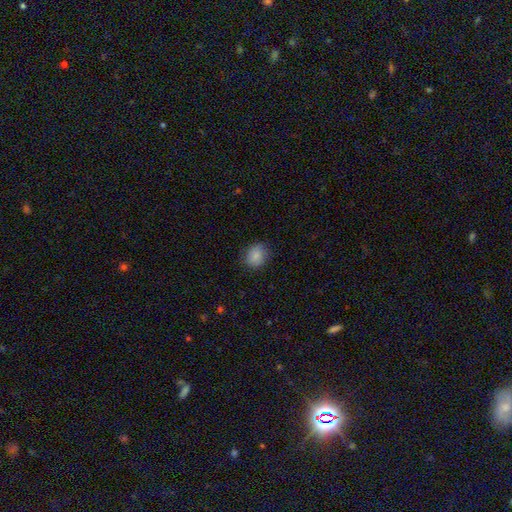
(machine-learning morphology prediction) A smooth galaxy with no disk features (85%) that is round (63%).

Vote fractions:
- Smooth or featured? smooth: 85% / star or artifact: 8% / featured or disk: 7%
- How rounded? round: 63% / in between: 36% / cigar-shaped: 1%
- Merging? none: 80% / minor disturbance: 16% / major disturbance: 4% / merger: 1%